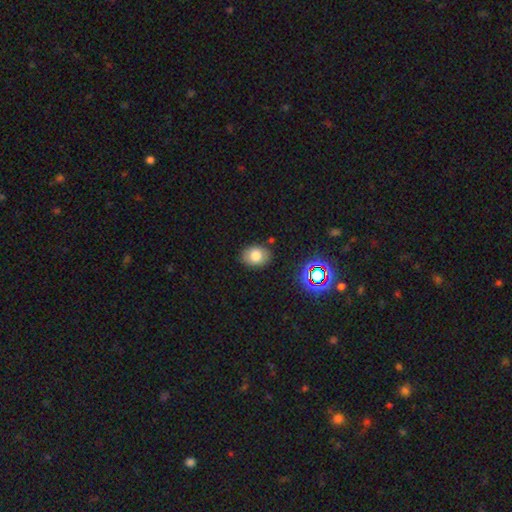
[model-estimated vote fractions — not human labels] This is likely a smooth galaxy (75%). How rounded: likely in between (63%). Merging: clearly none (85%).